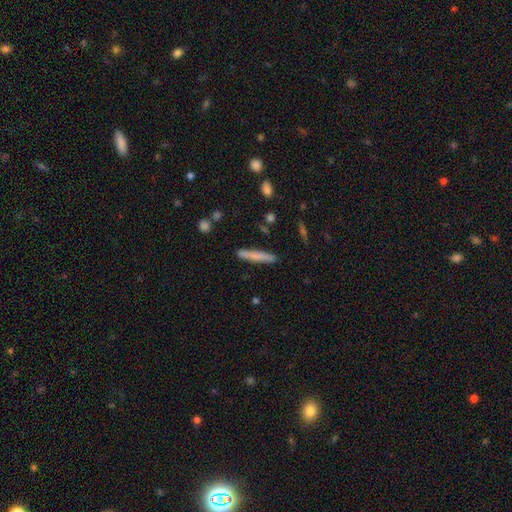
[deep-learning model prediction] This appears to be a smooth galaxy with no disk features (74%) that is cigar-shaped (94%). Merging: none (87%).